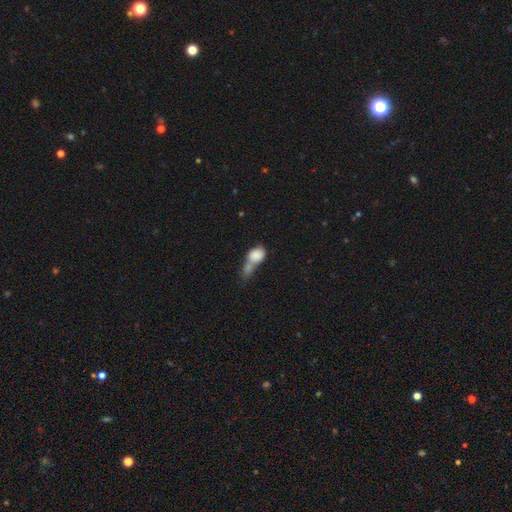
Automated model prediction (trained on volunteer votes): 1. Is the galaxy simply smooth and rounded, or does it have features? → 80% smooth, 12% featured or disk, 8% star or artifact.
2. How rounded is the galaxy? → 58% in between, 39% round, 3% cigar-shaped.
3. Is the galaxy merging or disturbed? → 69% merger, 15% none, 8% minor disturbance, 8% major disturbance.